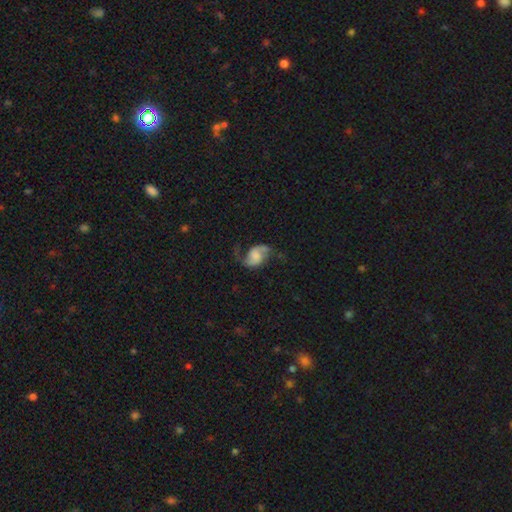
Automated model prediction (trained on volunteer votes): Smooth or featured? featured or disk (78%)
Edge-on disk? no (98%)
Bar? no (52%)
Spiral arms? yes (95%)
Spiral winding? loose (61%)
Spiral arm count? 2 (92%)
Bulge size? none (29%)
Merging? none (67%)